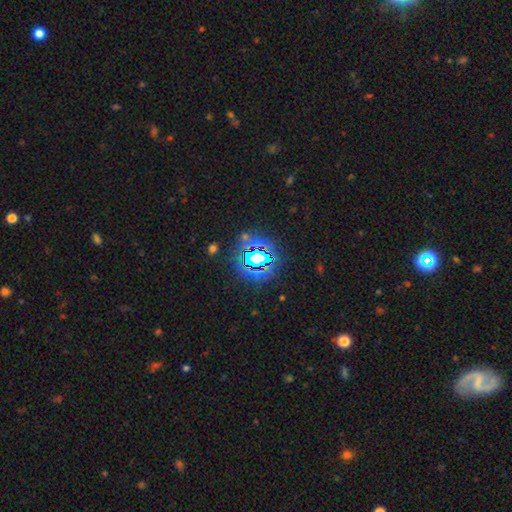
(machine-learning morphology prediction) smooth_or_featured: star or artifact (p=0.71) [alt: smooth p=0.18]